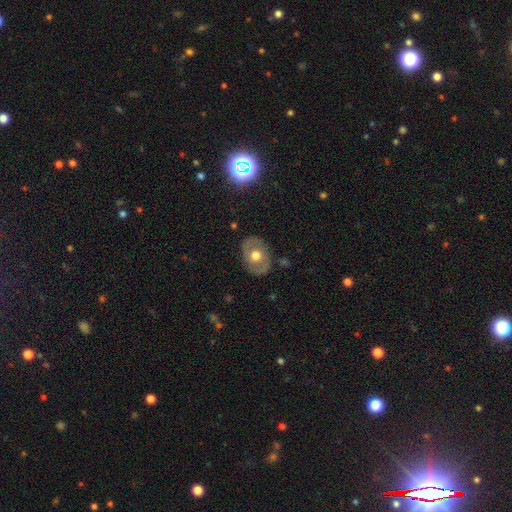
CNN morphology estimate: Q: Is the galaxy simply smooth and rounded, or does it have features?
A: featured or disk — 49%.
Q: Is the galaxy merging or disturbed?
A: none — 82%.